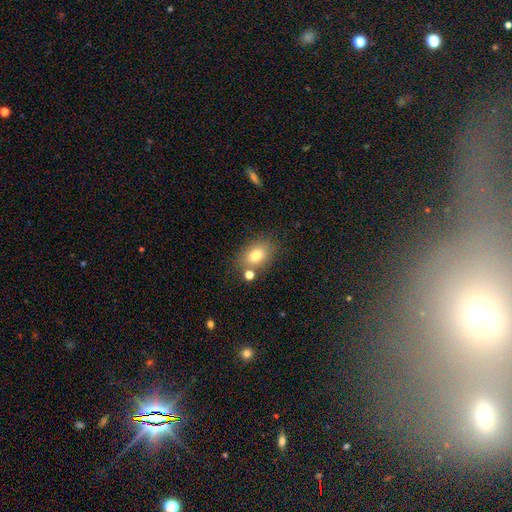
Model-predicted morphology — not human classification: A smooth galaxy with no disk features (77%) that is in between round and cigar-shaped (73%).

Vote fractions:
- Smooth or featured? smooth: 77% / featured or disk: 12% / star or artifact: 11%
- How rounded? in between: 73% / round: 26% / cigar-shaped: 1%
- Merging? none: 71% / minor disturbance: 13% / merger: 12% / major disturbance: 4%